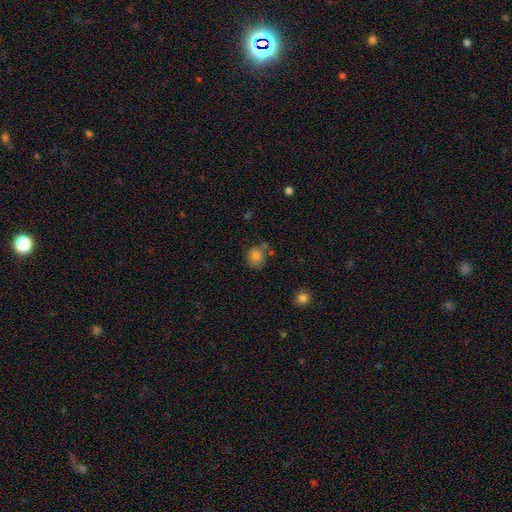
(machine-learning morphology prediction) smooth 81%, star or artifact 10%, featured or disk 9%. Down the decision tree: how rounded — round (80%); merging — none (69%).